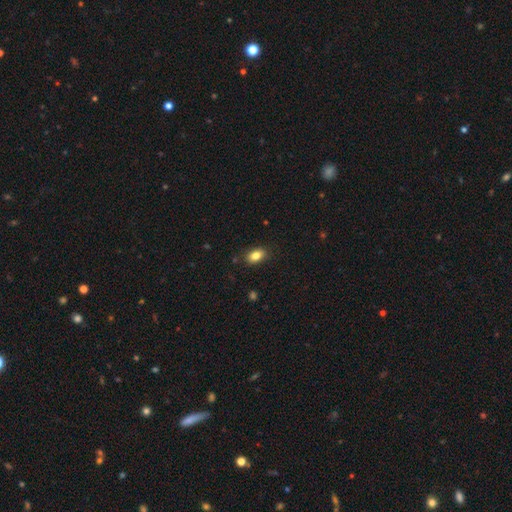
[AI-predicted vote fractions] smooth_or_featured: smooth (p=0.84) [alt: star or artifact p=0.09]
how_rounded: in between (p=0.84) [alt: round p=0.14]
merging: none (p=0.86) [alt: minor disturbance p=0.10]